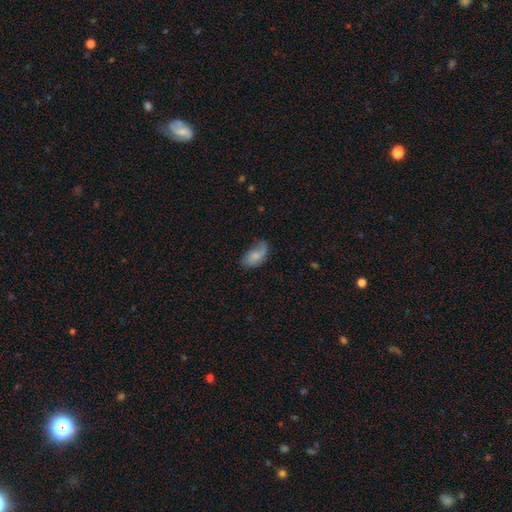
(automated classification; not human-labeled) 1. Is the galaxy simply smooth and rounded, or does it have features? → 64% smooth, 29% featured or disk, 7% star or artifact.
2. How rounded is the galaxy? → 92% in between, 4% round, 3% cigar-shaped.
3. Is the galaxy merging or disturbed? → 56% none, 31% minor disturbance, 11% major disturbance, 2% merger.